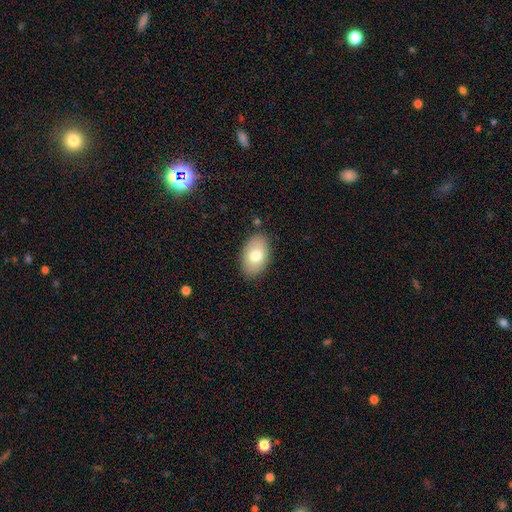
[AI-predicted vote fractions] Q: Smooth or featured?
A: smooth (75%); runner-up: featured or disk (18%)
Q: How rounded?
A: in between (91%); runner-up: round (8%)
Q: Merging?
A: none (84%); runner-up: minor disturbance (11%)